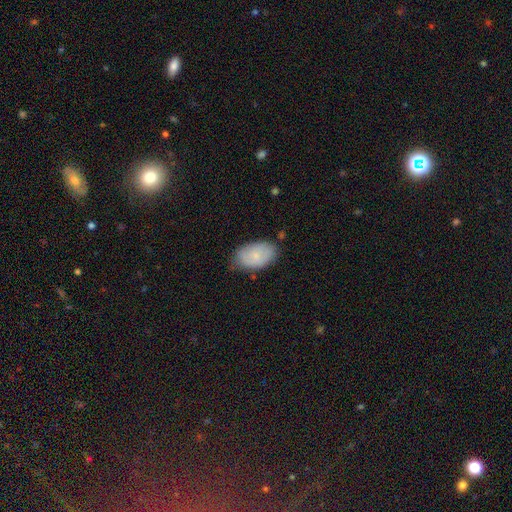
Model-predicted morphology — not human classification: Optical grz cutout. It shows a smooth galaxy with no disk features (74%) that is in between round and cigar-shaped (92%). Merging: none (67%).